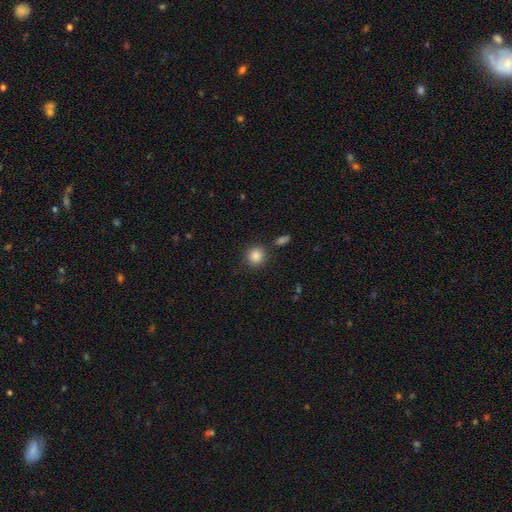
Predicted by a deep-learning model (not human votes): This appears to be a smooth galaxy with no disk features (86%) that is round (88%). Merging: none (82%).